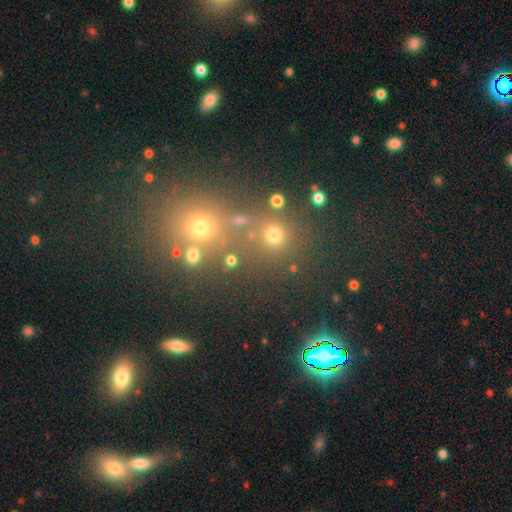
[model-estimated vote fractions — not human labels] A smooth galaxy with no disk features (46%).

Vote fractions:
- Smooth or featured? smooth: 46% / star or artifact: 42% / featured or disk: 12%
- Merging? none: 63% / merger: 23% / minor disturbance: 9% / major disturbance: 5%